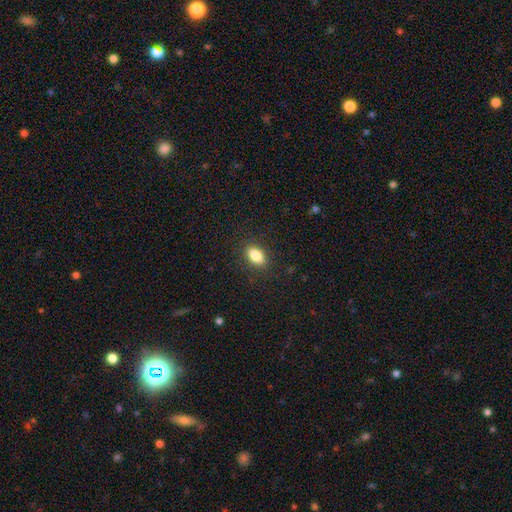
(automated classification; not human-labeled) Smooth or featured? smooth (83%)
How rounded? in between (87%)
Merging? none (87%)